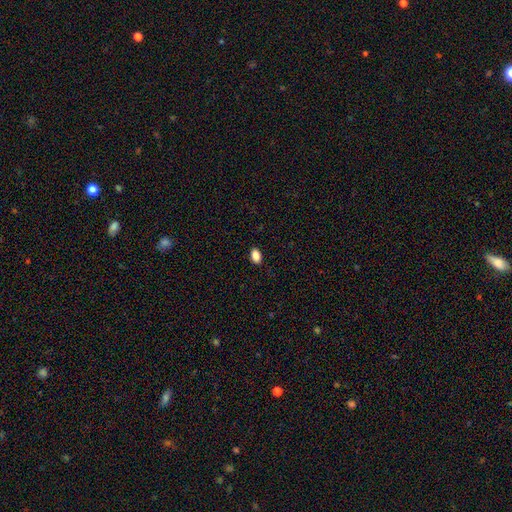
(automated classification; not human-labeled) Smooth or featured: smooth — 87% (star or artifact — 9%)
How rounded: in between — 89% (round — 9%)
Merging: none — 89% (minor disturbance — 8%)